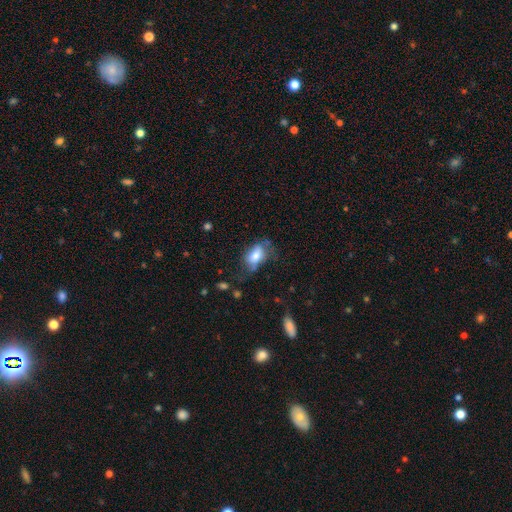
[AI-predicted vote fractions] The model was most divided on "merging": none: 43%, minor disturbance: 31%, major disturbance: 23%, merger: 3%. More confident: how rounded — in between (88%); smooth or featured — smooth (71%).